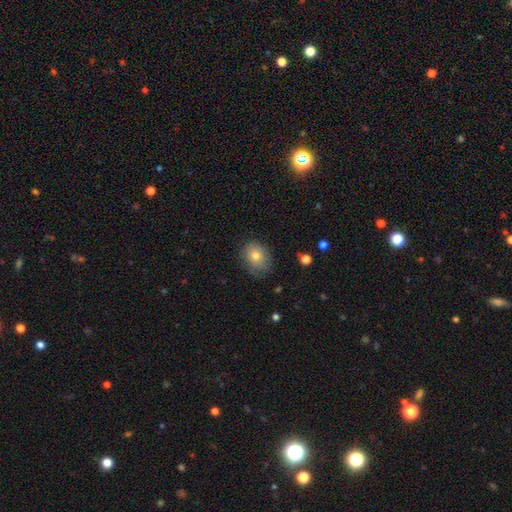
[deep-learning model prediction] Morphology: type=smooth (77%); roundness=in between (55%); merging=none (71%).